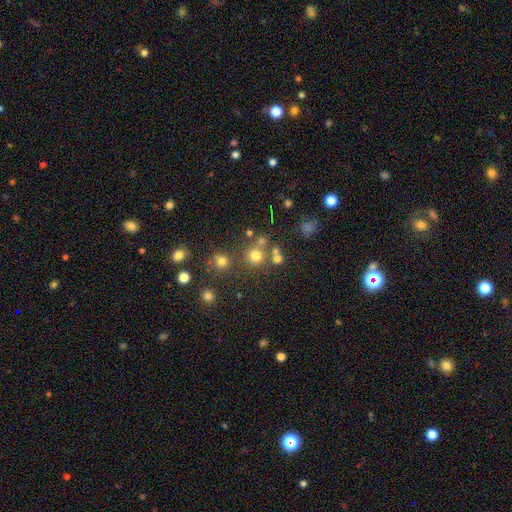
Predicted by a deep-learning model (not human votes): smooth_or_featured: smooth (p=0.72) [alt: star or artifact p=0.20]
how_rounded: round (p=0.92) [alt: in between p=0.07]
merging: none (p=0.70) [alt: merger p=0.17]